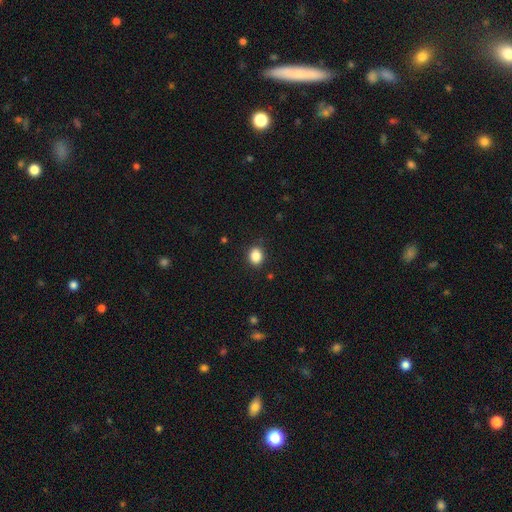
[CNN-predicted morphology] This appears to be a smooth galaxy with no disk features (86%) that is round (57%). Merging: none (87%).